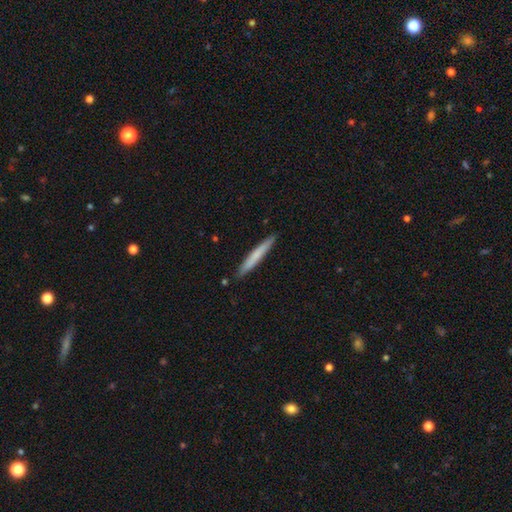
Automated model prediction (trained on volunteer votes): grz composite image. It shows a smooth galaxy with no disk features (67%) that is cigar-shaped (96%). Merging: none (90%).